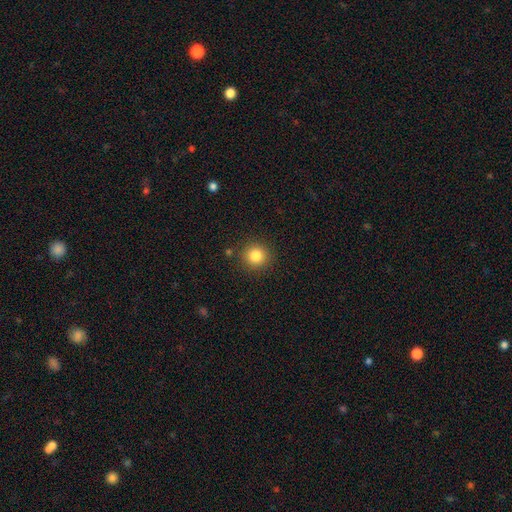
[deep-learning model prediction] smooth_or_featured: smooth (p=0.83) [alt: star or artifact p=0.11]
how_rounded: round (p=0.93) [alt: in between p=0.06]
merging: none (p=0.89) [alt: minor disturbance p=0.06]